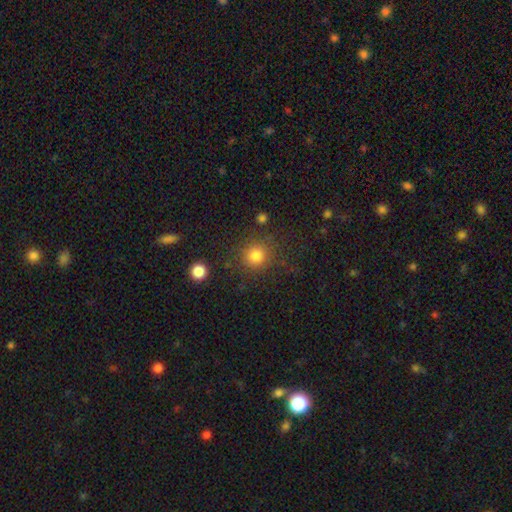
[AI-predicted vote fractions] smooth_or_featured: smooth (p=0.81) [alt: star or artifact p=0.13]
how_rounded: round (p=0.91) [alt: in between p=0.08]
merging: none (p=0.81) [alt: minor disturbance p=0.09]